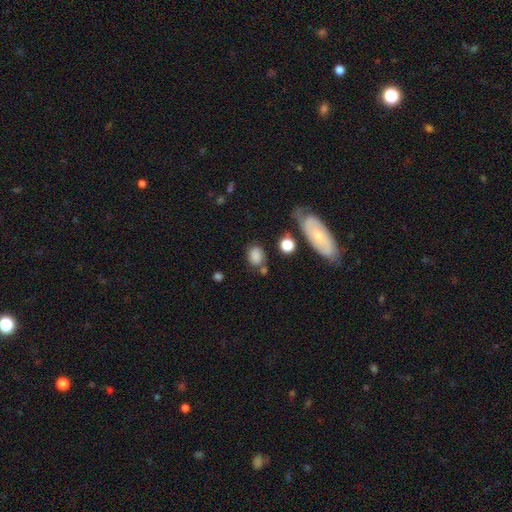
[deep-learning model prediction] Smooth or featured?
  - smooth: 80% *
  - featured or disk: 10%
  - star or artifact: 10%
How rounded?
  - in between: 61% *
  - round: 37%
  - cigar-shaped: 2%
Merging?
  - none: 63% *
  - minor disturbance: 20%
  - merger: 10%
  - major disturbance: 7%